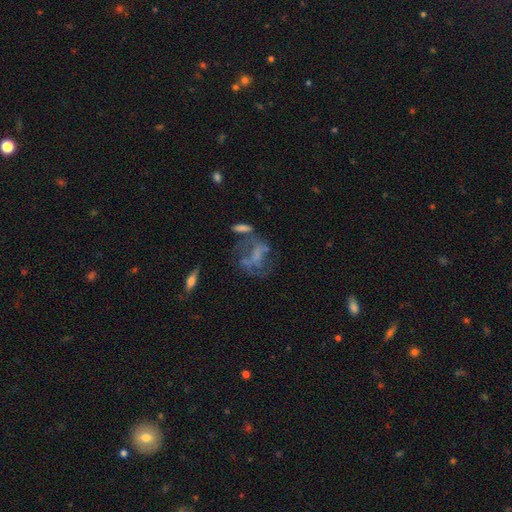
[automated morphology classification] Smooth or featured? featured or disk (57%)
Edge-on disk? no (93%)
Bar? no (68%)
Spiral arms? no (67%)
Bulge size? none (61%)
Merging? none (38%)